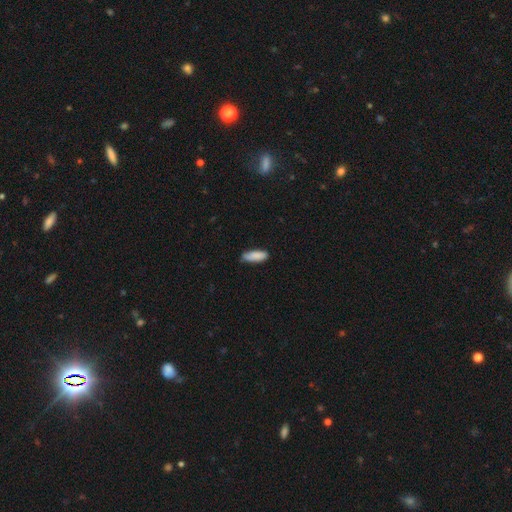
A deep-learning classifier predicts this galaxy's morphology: smooth-or-featured: smooth: 88% | star or artifact: 6% | featured or disk: 6%
  how-rounded: in between: 64% | cigar-shaped: 35% | round: 2%
  merging: none: 80% | minor disturbance: 17% | major disturbance: 2% | merger: 1%